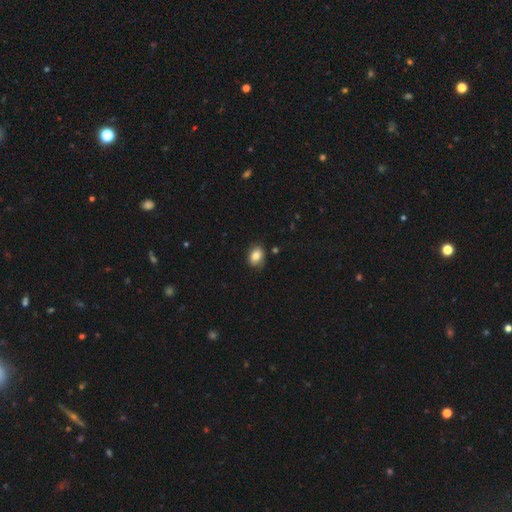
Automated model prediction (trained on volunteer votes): This is clearly a smooth galaxy (83%). How rounded: likely in between (70%). Merging: likely none (76%).